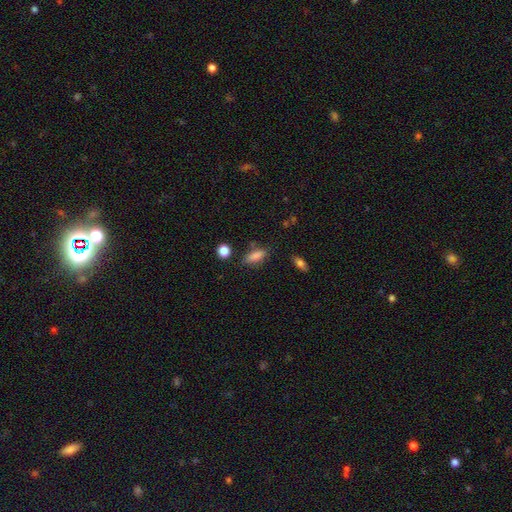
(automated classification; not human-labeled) A smooth galaxy with no disk features (84%) that is in between round and cigar-shaped (71%). Merging: none (75%).